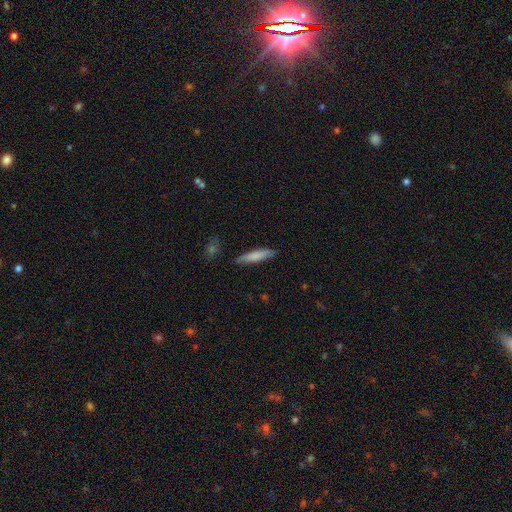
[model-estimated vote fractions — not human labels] This is likely a smooth galaxy (78%). How rounded: clearly cigar-shaped (84%). Merging: clearly none (85%).